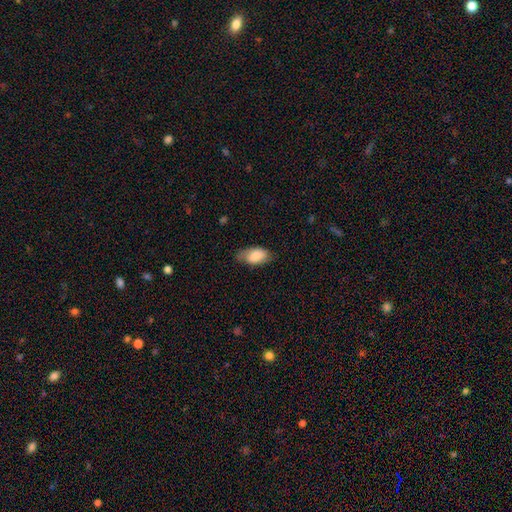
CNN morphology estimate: smooth 81%, featured or disk 12%, star or artifact 6%. Down the decision tree: how rounded — in between (93%); merging — none (67%).